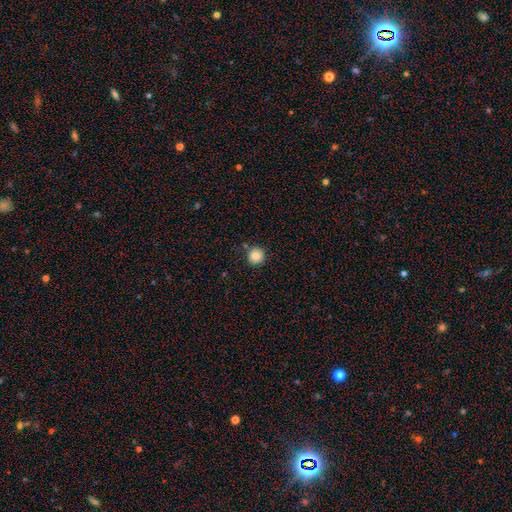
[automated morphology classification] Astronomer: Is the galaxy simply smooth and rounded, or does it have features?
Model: smooth — 85%.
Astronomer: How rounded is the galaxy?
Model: round — 95%.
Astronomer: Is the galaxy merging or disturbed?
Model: none — 86%.